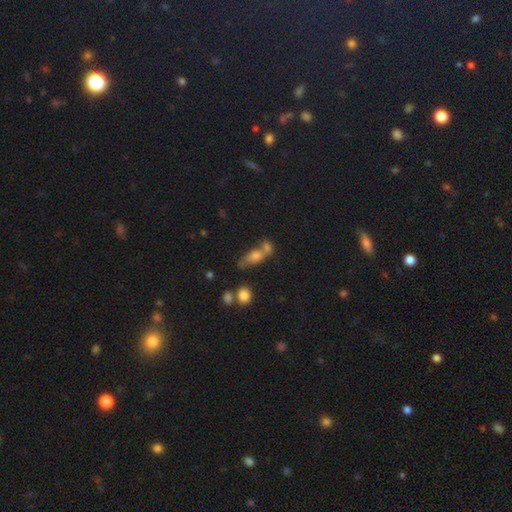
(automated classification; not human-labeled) Smooth or featured: smooth — 68% (featured or disk — 17%)
How rounded: in between — 73% (cigar-shaped — 16%)
Merging: merger — 45% (none — 34%)